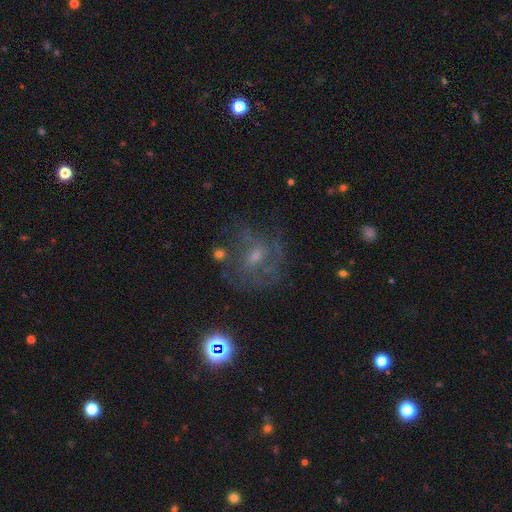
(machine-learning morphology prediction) smooth_or_featured: featured or disk (p=0.54) [alt: smooth p=0.23]
disk_edge_on: no (p=0.96) [alt: yes p=0.04]
bar: no (p=0.55) [alt: weak p=0.37]
has_spiral_arms: yes (p=0.57) [alt: no p=0.43]
bulge_size: small (p=0.42) [alt: moderate p=0.40]
merging: none (p=0.59) [alt: major disturbance p=0.19]